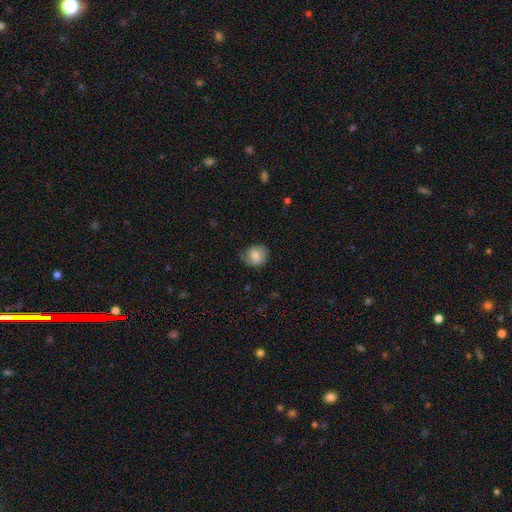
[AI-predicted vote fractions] This is likely a smooth galaxy (72%). How rounded: likely round (75%). Merging: possibly none (59%).